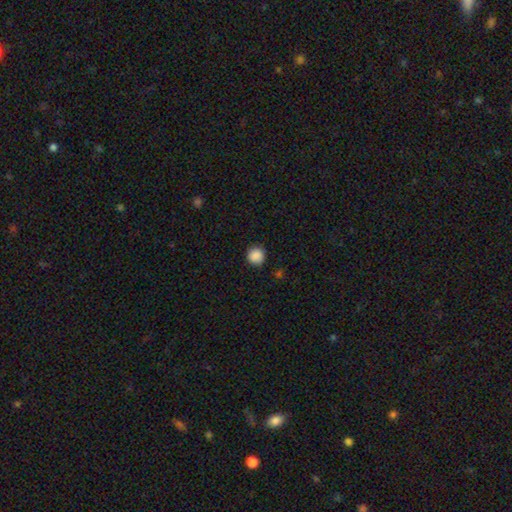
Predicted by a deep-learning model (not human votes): smooth 89%, star or artifact 9%, featured or disk 2%. Down the decision tree: how rounded — round (94%); merging — none (91%).